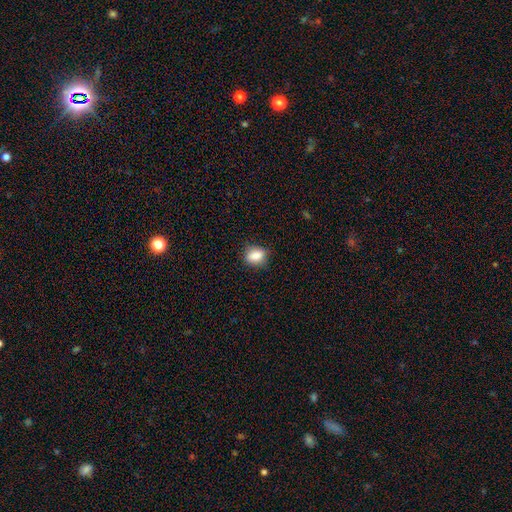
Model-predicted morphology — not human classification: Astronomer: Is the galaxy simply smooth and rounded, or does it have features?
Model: smooth — 84%.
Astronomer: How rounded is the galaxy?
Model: in between — 67%.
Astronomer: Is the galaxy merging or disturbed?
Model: none — 81%.